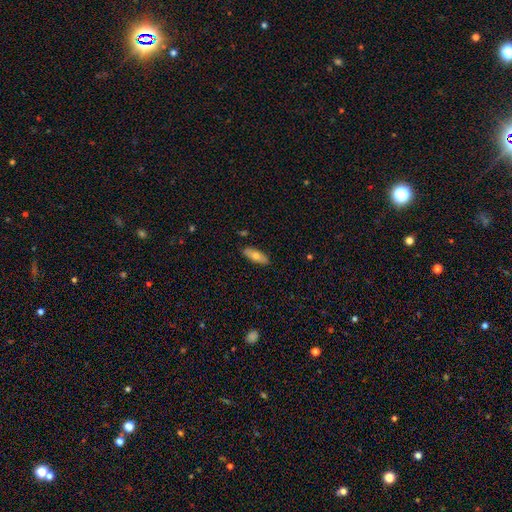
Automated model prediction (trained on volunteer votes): smooth 67%, featured or disk 27%, star or artifact 6%. Down the decision tree: how rounded — in between (66%); merging — none (88%).